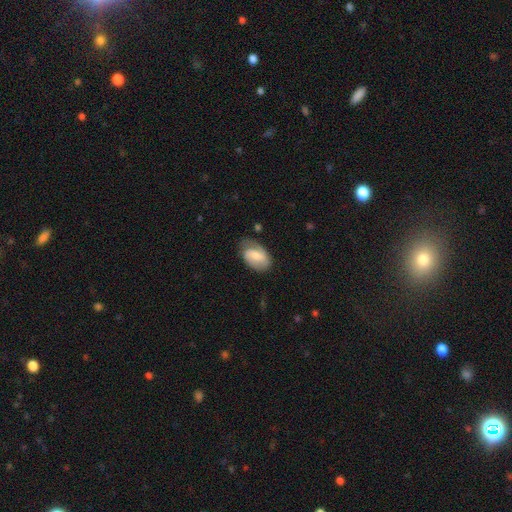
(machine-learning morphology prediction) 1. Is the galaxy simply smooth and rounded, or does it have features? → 55% featured or disk, 38% smooth, 6% star or artifact.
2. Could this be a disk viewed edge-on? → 96% no, 4% yes.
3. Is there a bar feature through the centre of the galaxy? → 48% weak, 32% no, 20% strong.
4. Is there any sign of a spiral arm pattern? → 86% yes, 14% no.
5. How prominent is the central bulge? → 43% small (tied), 43% moderate (tied), 7% none, 5% large, 1% dominant.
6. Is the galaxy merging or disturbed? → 65% none, 25% minor disturbance, 8% major disturbance, 2% merger.